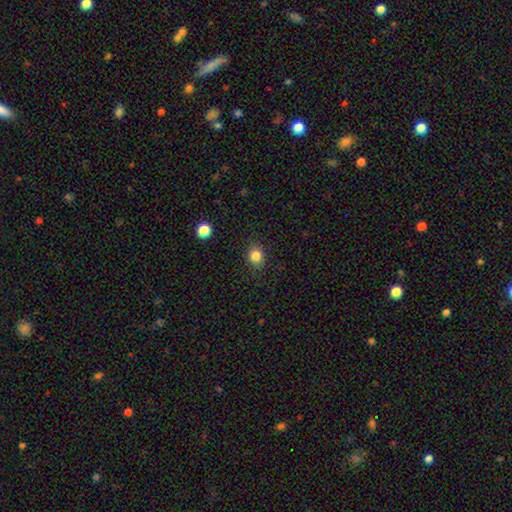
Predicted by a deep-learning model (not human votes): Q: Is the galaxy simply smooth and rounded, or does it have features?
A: smooth — 84%.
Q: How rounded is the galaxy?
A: round — 70%.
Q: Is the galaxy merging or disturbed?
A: none — 88%.